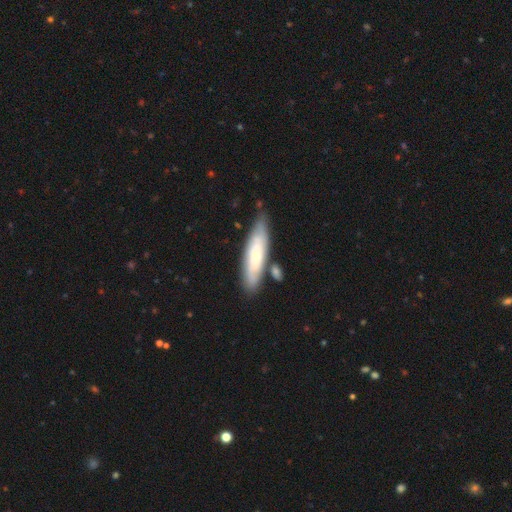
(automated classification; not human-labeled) Smooth or featured? smooth (47%, tied with featured or disk)
Merging? none (71%)